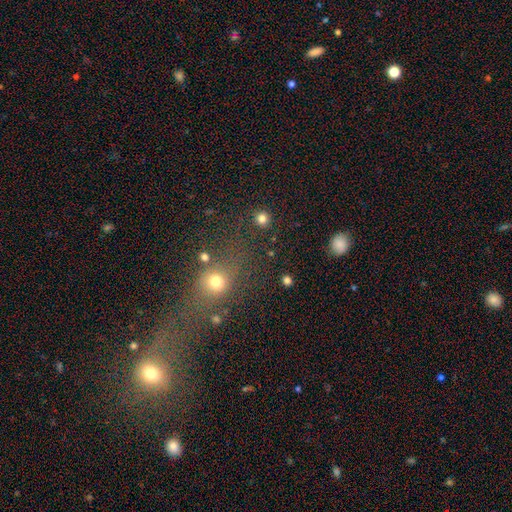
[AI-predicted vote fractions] Smooth or featured? Predicted: smooth (p=0.47). Merging? Predicted: merger (p=0.57).